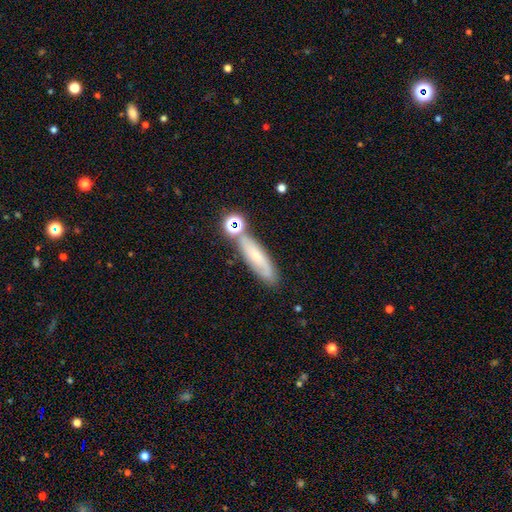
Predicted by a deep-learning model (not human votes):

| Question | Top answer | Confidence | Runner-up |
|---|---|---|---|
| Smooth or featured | smooth | 51% | featured or disk (36%) |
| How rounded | cigar-shaped | 65% | in between (31%) |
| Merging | none | 69% | minor disturbance (16%) |